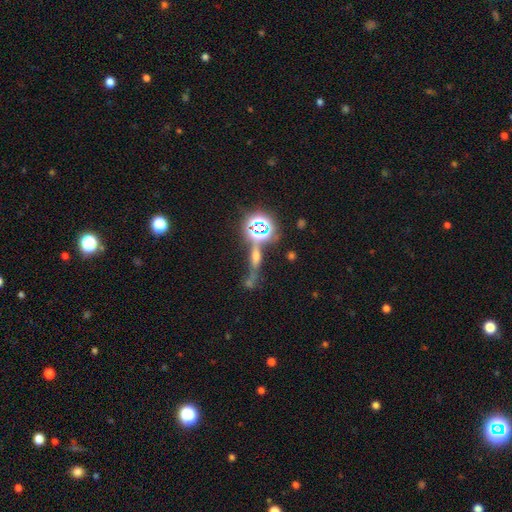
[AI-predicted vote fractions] Overall: star or artifact (42%; smooth 32%).